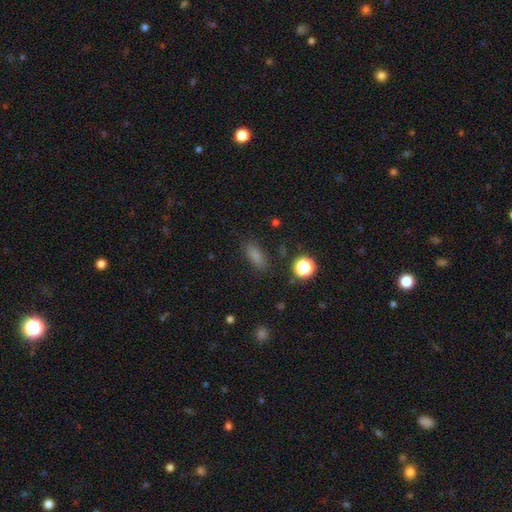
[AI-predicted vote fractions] smooth 81%, star or artifact 13%, featured or disk 5%. Down the decision tree: how rounded — in between (72%); merging — none (84%).